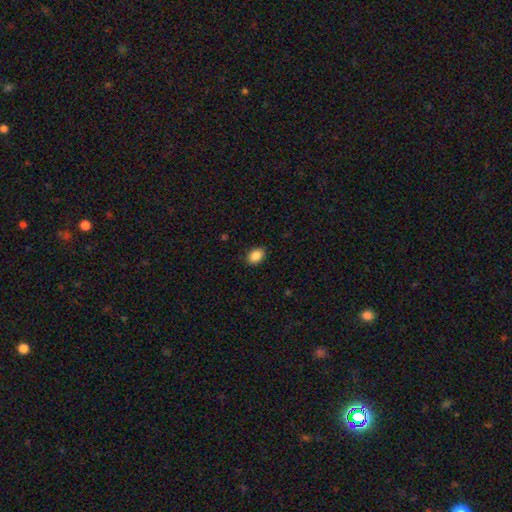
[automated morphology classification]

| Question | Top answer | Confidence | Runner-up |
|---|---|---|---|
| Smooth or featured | smooth | 89% | star or artifact (8%) |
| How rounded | in between | 83% | round (16%) |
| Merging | none | 89% | minor disturbance (8%) |